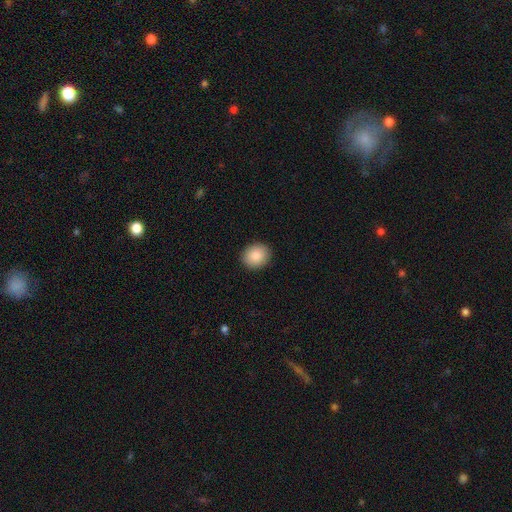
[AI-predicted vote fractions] This appears to be a smooth galaxy with no disk features (87%) that is round (73%). Merging: none (91%).